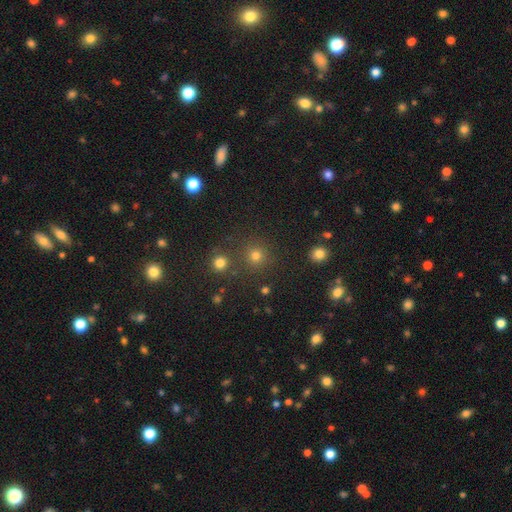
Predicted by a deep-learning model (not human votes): Morphology: type=smooth (73%); roundness=round (94%); merging=none (83%).